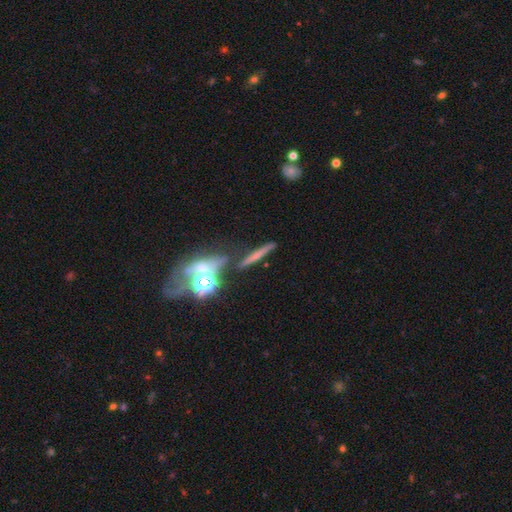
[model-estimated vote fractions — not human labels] This is marginally a smooth galaxy (44%). Merging: likely none (75%).